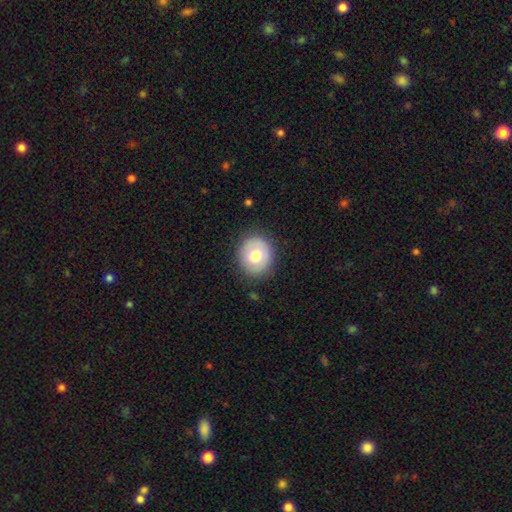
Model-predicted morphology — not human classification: This appears to be a smooth galaxy with no disk features (69%) that is round (81%). Merging: none (85%).